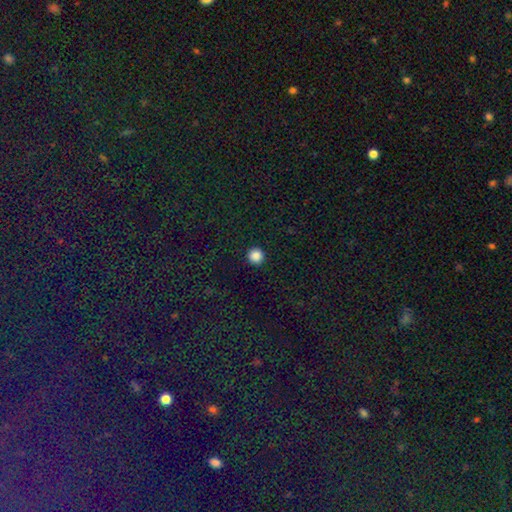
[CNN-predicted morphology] smooth-or-featured: smooth: 87% | star or artifact: 11% | featured or disk: 3%
  how-rounded: round: 96% | in between: 3% | cigar-shaped: 1%
  merging: none: 94% | minor disturbance: 4% | major disturbance: 1% | merger: 1%